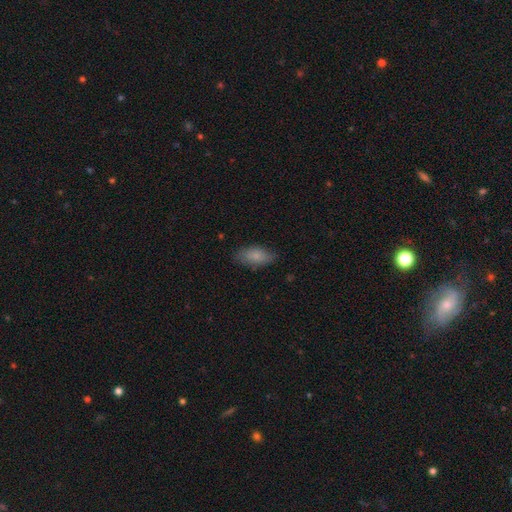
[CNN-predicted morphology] smooth-or-featured: smooth: 80% | featured or disk: 13% | star or artifact: 7%
  how-rounded: in between: 90% | cigar-shaped: 6% | round: 3%
  merging: none: 76% | minor disturbance: 19% | major disturbance: 4% | merger: 1%